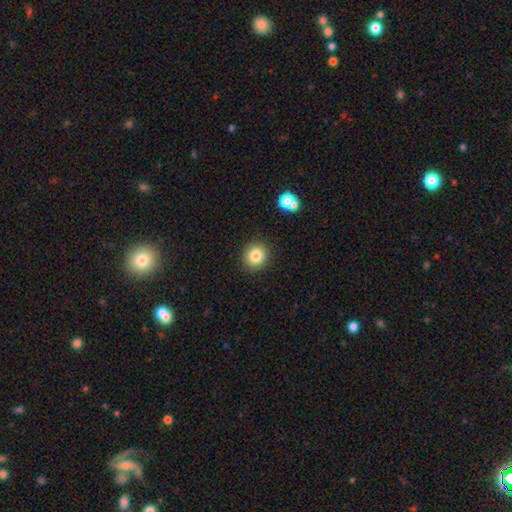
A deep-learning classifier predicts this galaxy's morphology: smooth-or-featured: smooth: 83% | star or artifact: 11% | featured or disk: 6%
  how-rounded: round: 88% | in between: 11% | cigar-shaped: 1%
  merging: none: 89% | minor disturbance: 7% | major disturbance: 2% | merger: 2%